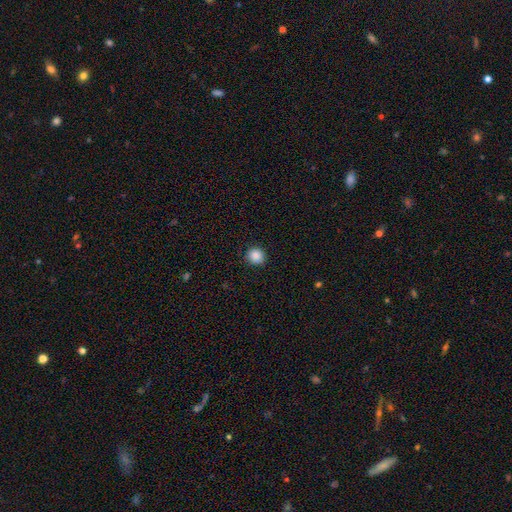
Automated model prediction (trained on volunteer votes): smooth_or_featured: smooth (p=0.87) [alt: star or artifact p=0.10]
how_rounded: round (p=0.89) [alt: in between p=0.10]
merging: none (p=0.90) [alt: minor disturbance p=0.07]